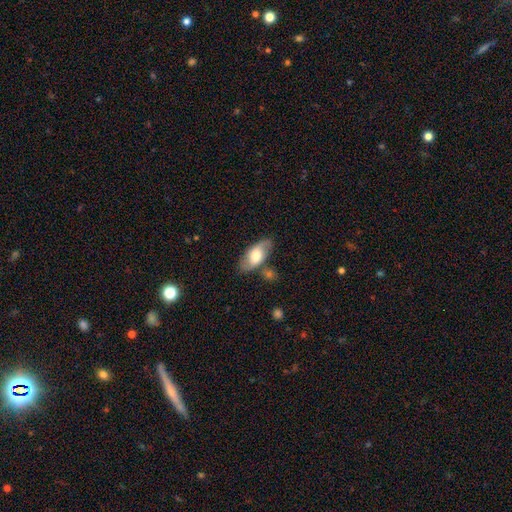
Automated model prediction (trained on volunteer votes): This appears to be a smooth galaxy with no disk features (55%) that is in between round and cigar-shaped (88%). Merging: none (72%).